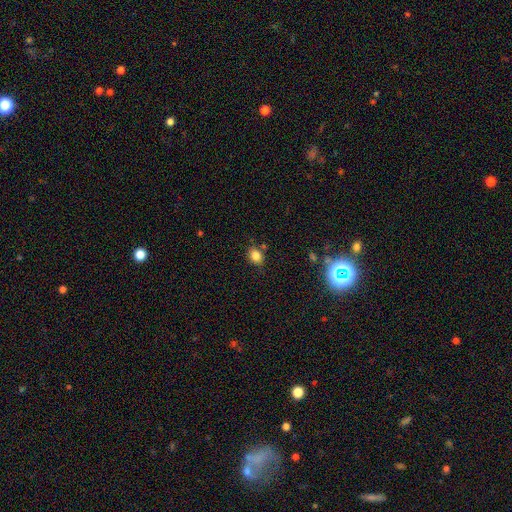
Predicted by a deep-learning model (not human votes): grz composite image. It shows a smooth galaxy with no disk features (81%) that is in between round and cigar-shaped (54%). Merging: none (77%).